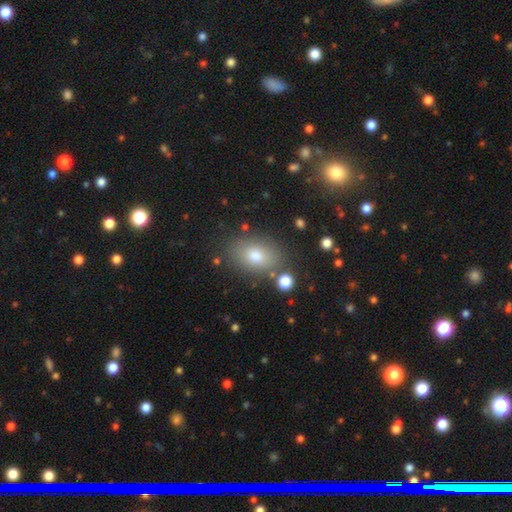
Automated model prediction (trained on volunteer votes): Smooth or featured? smooth (75%)
How rounded? in between (77%)
Merging? none (81%)